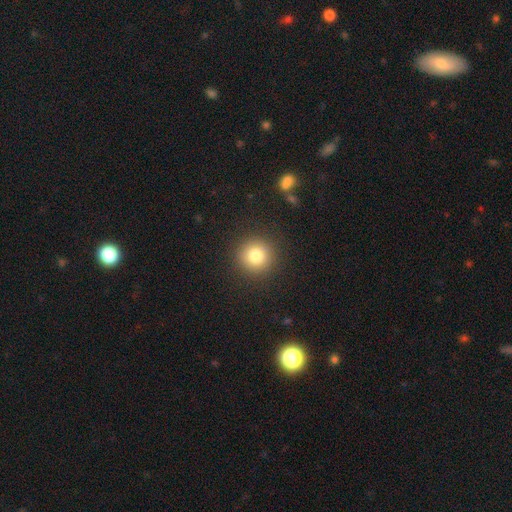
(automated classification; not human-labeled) This appears to be a smooth galaxy with no disk features (80%) that is round (94%). Merging: none (91%).